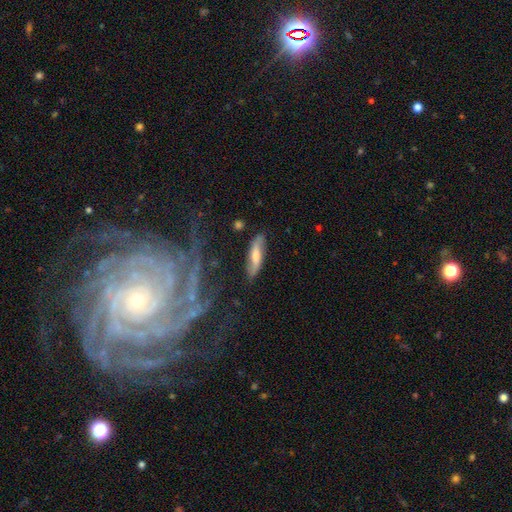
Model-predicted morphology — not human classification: Overall: smooth (55%; featured or disk 39%). How rounded: cigar-shaped (65%; in between 33%). Merging: none (79%).